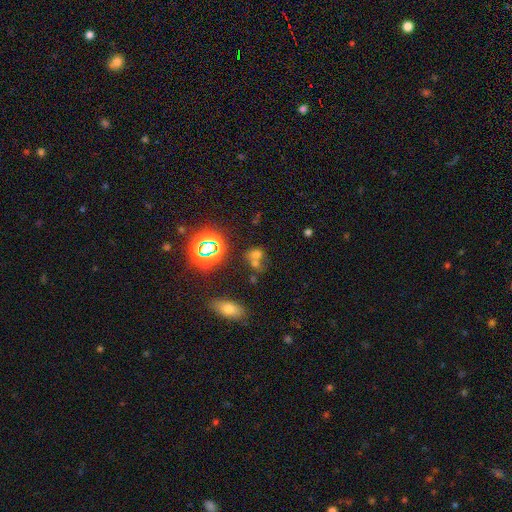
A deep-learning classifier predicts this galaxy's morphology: smooth_or_featured: smooth (p=0.57) [alt: star or artifact p=0.30]
how_rounded: round (p=0.56) [alt: in between p=0.42]
merging: merger (p=0.48) [alt: none p=0.38]